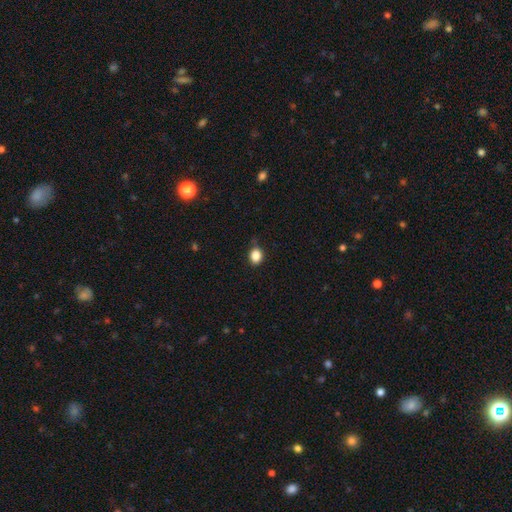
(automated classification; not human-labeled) Morphology: type=smooth (86%); roundness=round (60%); merging=none (79%).